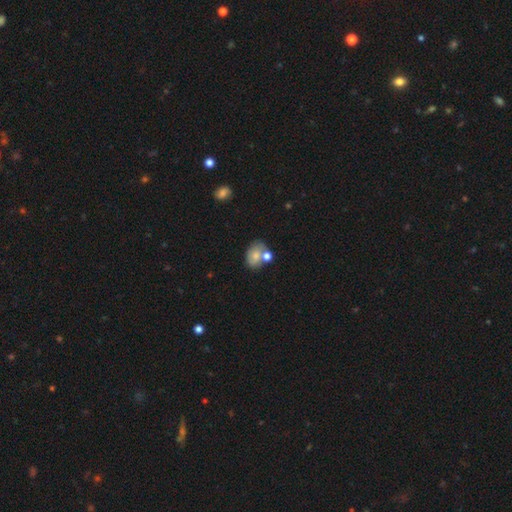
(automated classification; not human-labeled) Q: Smooth or featured?
A: smooth (67%); runner-up: featured or disk (23%)
Q: How rounded?
A: in between (71%); runner-up: round (28%)
Q: Merging?
A: none (43%); runner-up: merger (31%)